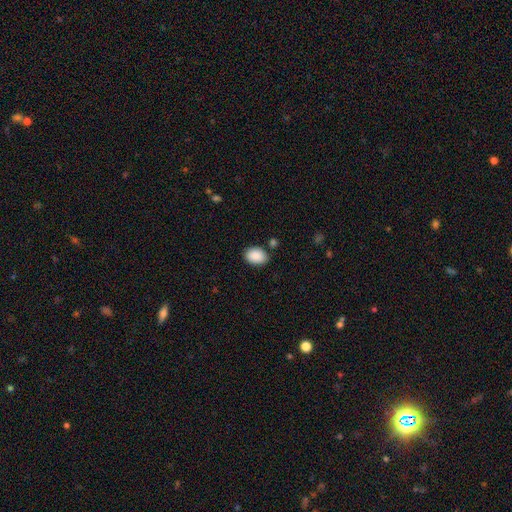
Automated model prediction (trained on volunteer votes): This appears to be a smooth galaxy with no disk features (90%) that is in between round and cigar-shaped (81%). Merging: none (81%).